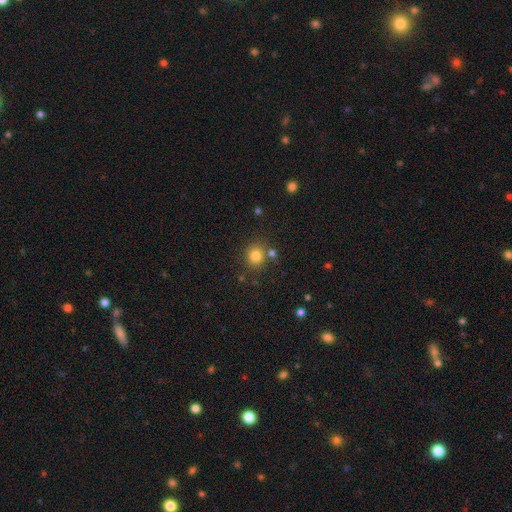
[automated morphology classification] smooth_or_featured: smooth (p=0.81) [alt: star or artifact p=0.12]
how_rounded: round (p=0.85) [alt: in between p=0.14]
merging: none (p=0.76) [alt: merger p=0.11]